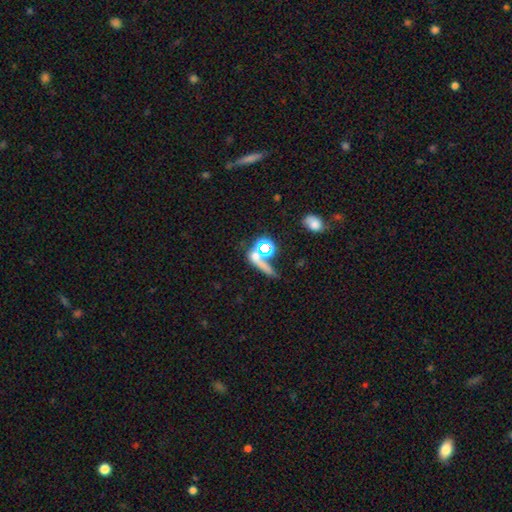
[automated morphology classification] A smooth galaxy with no disk features (45%).

Vote fractions:
- Smooth or featured? smooth: 45% / star or artifact: 36% / featured or disk: 19%
- Merging? none: 43% / merger: 30% / major disturbance: 15% / minor disturbance: 12%